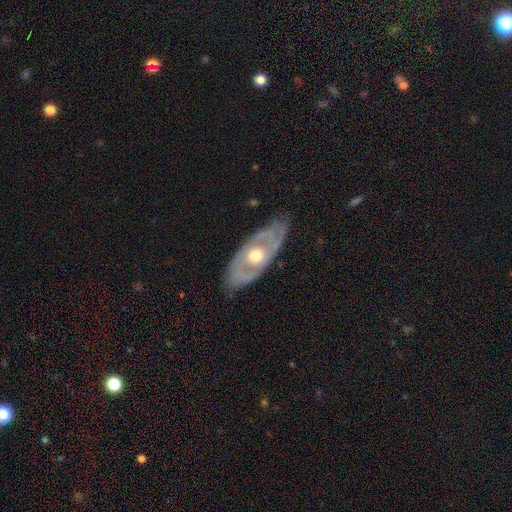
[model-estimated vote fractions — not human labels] This appears to be a featured or disk galaxy (77%) with no bar (82%), spiral arms (63%) and a moderate central bulge (75%). Merging: none (79%).